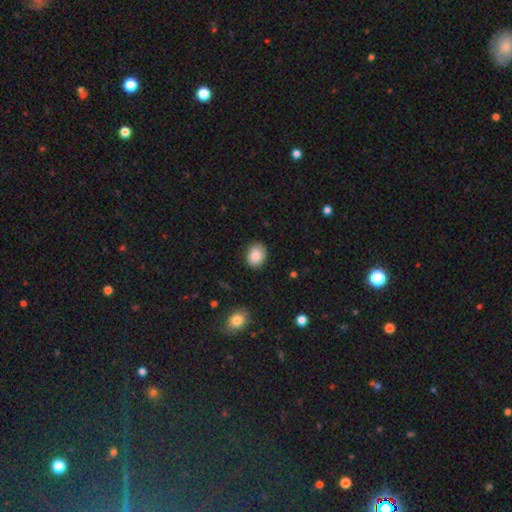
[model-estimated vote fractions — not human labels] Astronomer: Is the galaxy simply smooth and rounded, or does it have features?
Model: smooth — 86%.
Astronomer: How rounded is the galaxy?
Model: in between — 53% (runner-up: round, 46%).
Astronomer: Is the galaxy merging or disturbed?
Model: none — 86%.